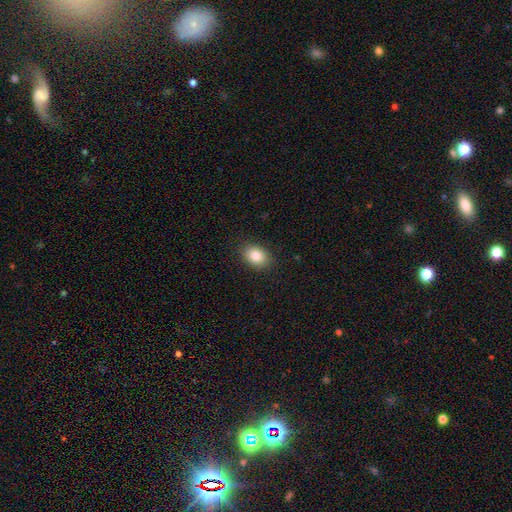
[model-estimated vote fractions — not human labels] Smooth or featured? Predicted: smooth (p=0.86). How rounded? Predicted: in between (p=0.71). Merging? Predicted: none (p=0.88).